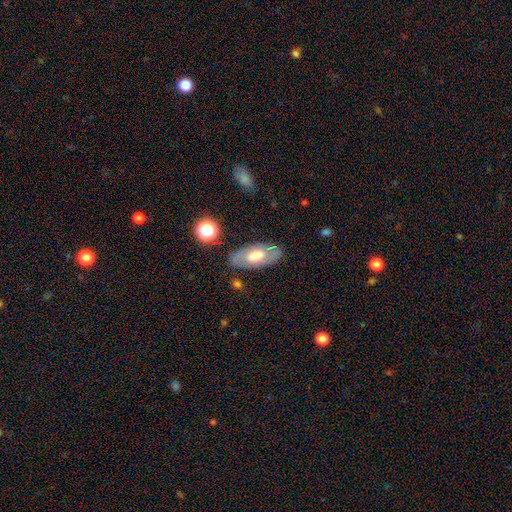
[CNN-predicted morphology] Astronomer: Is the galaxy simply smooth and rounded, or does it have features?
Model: featured or disk — 48% (runner-up: smooth, 46%).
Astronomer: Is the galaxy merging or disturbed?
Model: none — 81%.